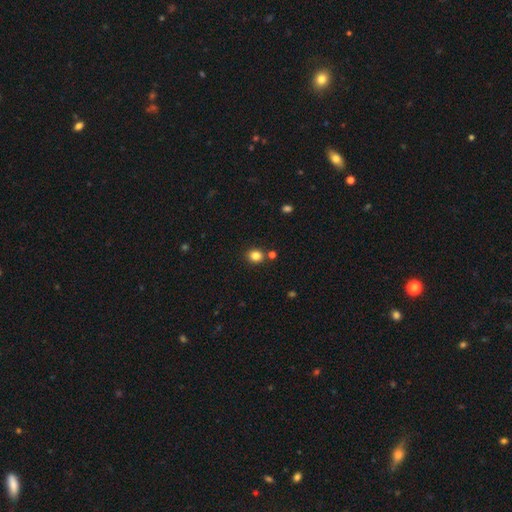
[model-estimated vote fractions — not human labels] smooth_or_featured: smooth (p=0.82) [alt: star or artifact p=0.13]
how_rounded: round (p=0.81) [alt: in between p=0.18]
merging: none (p=0.83) [alt: minor disturbance p=0.07]